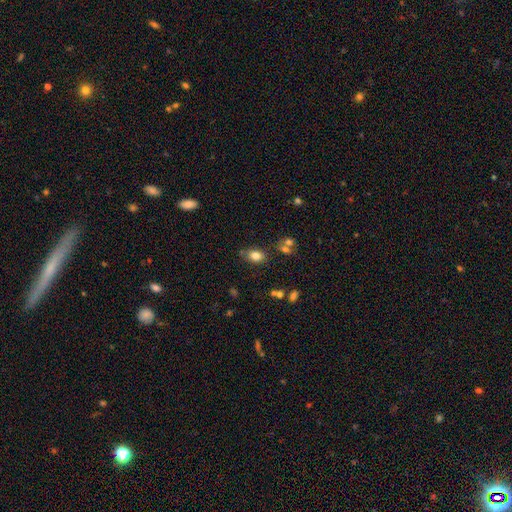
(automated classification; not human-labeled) Smooth or featured?
  - smooth: 79% *
  - star or artifact: 12%
  - featured or disk: 9%
How rounded?
  - in between: 73% *
  - round: 26%
  - cigar-shaped: 1%
Merging?
  - none: 74% *
  - minor disturbance: 16%
  - merger: 6%
  - major disturbance: 4%